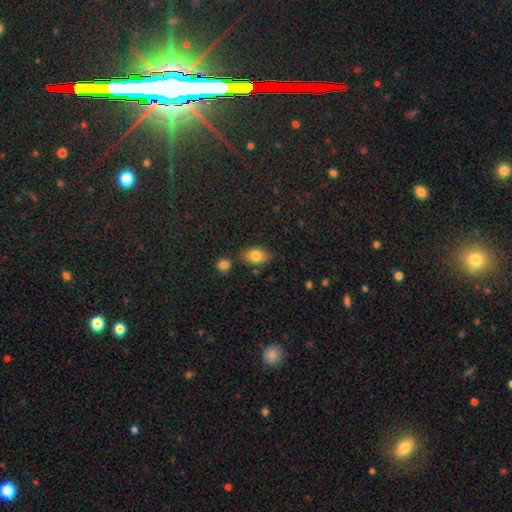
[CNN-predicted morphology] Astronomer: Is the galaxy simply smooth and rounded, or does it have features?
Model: smooth — 82%.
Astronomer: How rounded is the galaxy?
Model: in between — 84%.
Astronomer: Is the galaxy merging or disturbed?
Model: none — 79%.